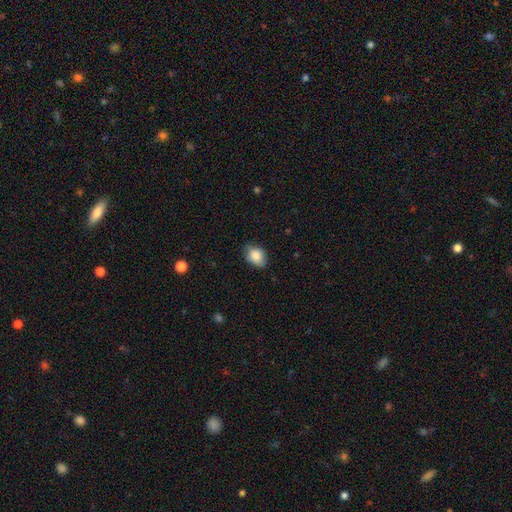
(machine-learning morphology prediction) Smooth or featured? smooth (85%)
How rounded? in between (68%)
Merging? none (70%)